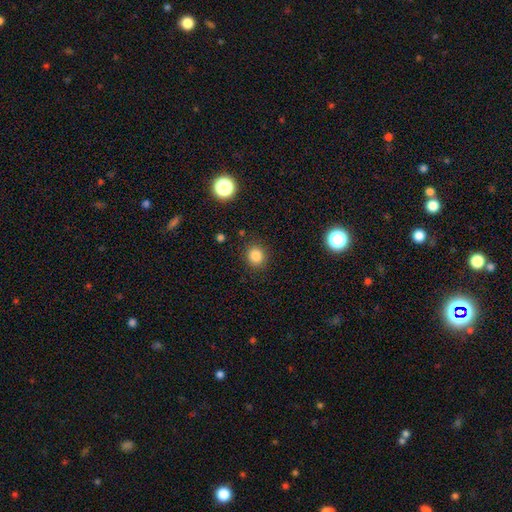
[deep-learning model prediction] Smooth or featured: smooth — 84% (star or artifact — 12%)
How rounded: round — 79% (in between — 20%)
Merging: none — 88% (minor disturbance — 8%)